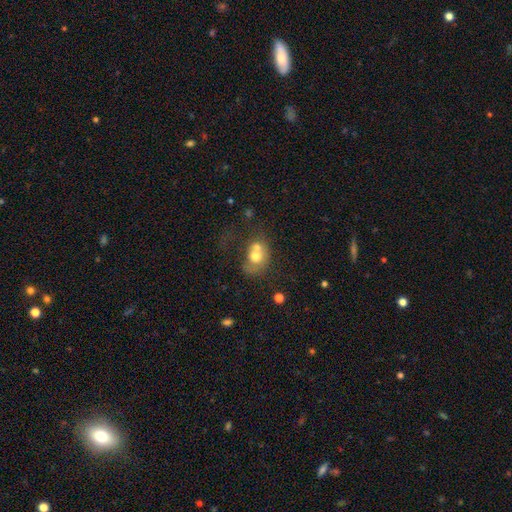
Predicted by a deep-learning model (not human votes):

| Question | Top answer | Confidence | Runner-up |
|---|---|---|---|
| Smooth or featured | smooth | 63% | featured or disk (27%) |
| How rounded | round | 52% | in between (47%) |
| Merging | merger | 58% | none (20%) |